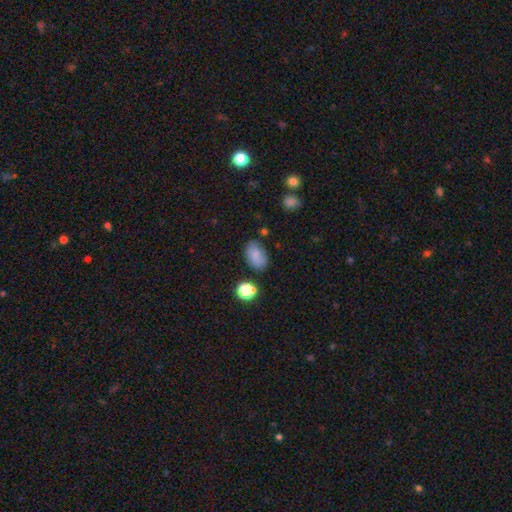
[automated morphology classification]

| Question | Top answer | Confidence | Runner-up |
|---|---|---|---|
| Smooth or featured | smooth | 79% | star or artifact (11%) |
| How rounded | in between | 87% | round (12%) |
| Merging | none | 73% | minor disturbance (18%) |